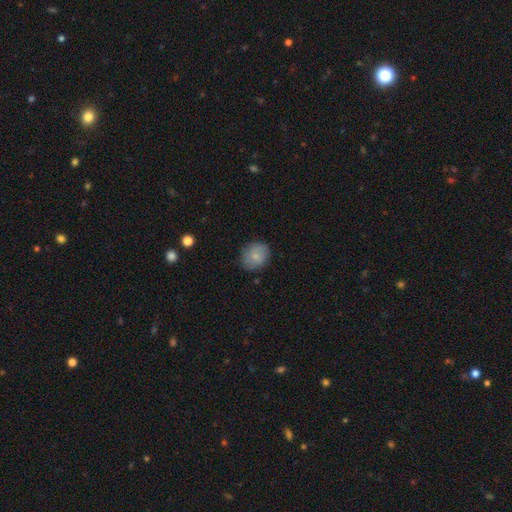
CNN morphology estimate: A smooth galaxy with no disk features (74%) that is round (70%).

Vote fractions:
- Smooth or featured? smooth: 74% / featured or disk: 19% / star or artifact: 7%
- How rounded? round: 70% / in between: 29% / cigar-shaped: 1%
- Merging? none: 81% / minor disturbance: 14% / major disturbance: 3% / merger: 1%